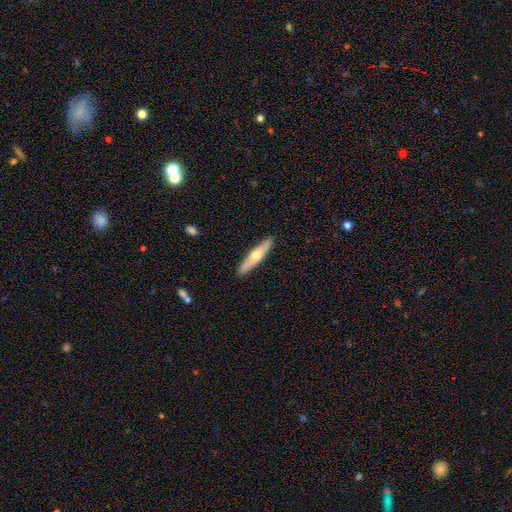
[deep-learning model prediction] This is possibly a smooth galaxy (52%). How rounded: clearly cigar-shaped (85%). Merging: clearly none (90%).